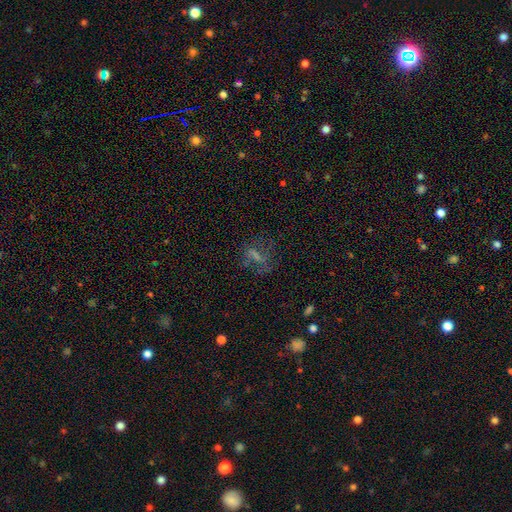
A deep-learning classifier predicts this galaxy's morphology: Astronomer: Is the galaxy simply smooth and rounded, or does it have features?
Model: smooth — 39% (runner-up: featured or disk, 33%).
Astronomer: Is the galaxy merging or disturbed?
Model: none — 54%.